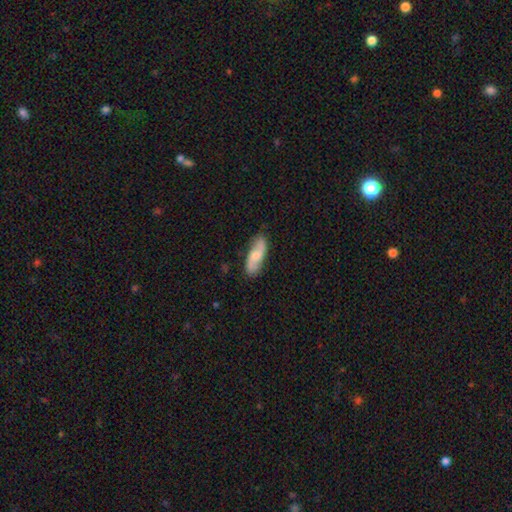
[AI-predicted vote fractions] A smooth galaxy with no disk features (48%). Merging: none (80%).